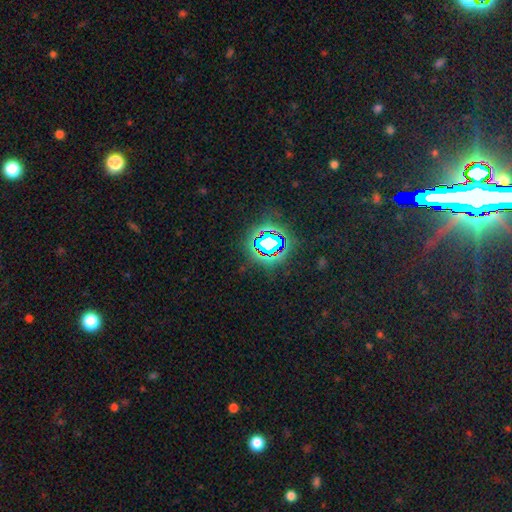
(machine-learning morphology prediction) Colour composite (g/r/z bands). It shows a star or artifact, not a galaxy (76%).